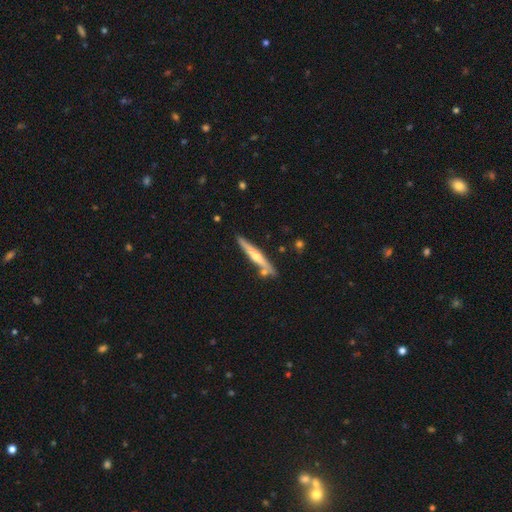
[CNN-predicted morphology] A featured or disk galaxy (59%) viewed edge-on (96%) with a rounded central bulge (81%).

Vote fractions:
- Smooth or featured? featured or disk: 59% / smooth: 36% / star or artifact: 5%
- Edge-on disk? yes: 96% / no: 4%
- Edge-on bulge? rounded: 81% / none: 13% / boxy: 5%
- Merging? none: 80% / minor disturbance: 11% / merger: 7% / major disturbance: 2%